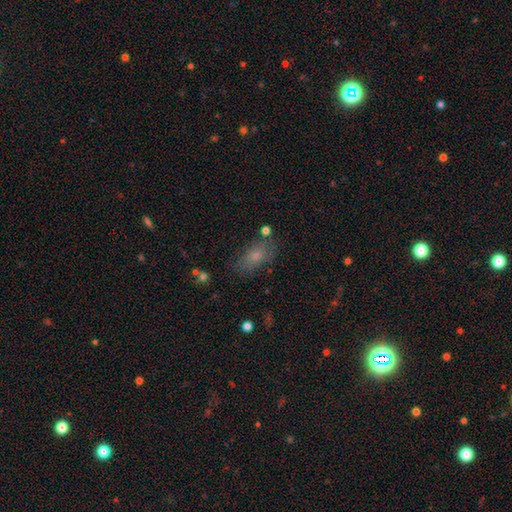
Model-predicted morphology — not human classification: Q: Smooth or featured?
A: smooth (72%); runner-up: featured or disk (15%)
Q: How rounded?
A: in between (85%); runner-up: cigar-shaped (8%)
Q: Merging?
A: none (72%); runner-up: minor disturbance (17%)